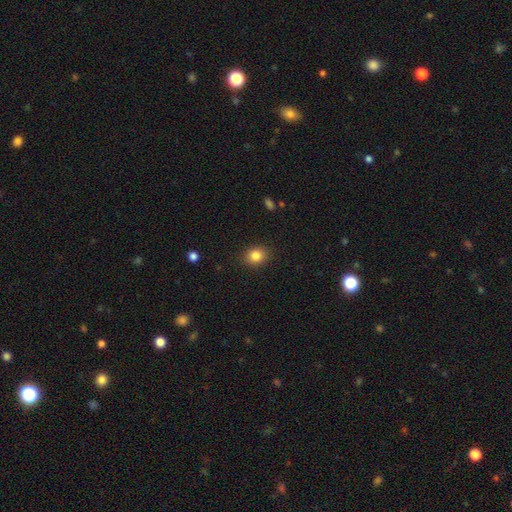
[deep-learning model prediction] Smooth or featured?
  - smooth: 84% *
  - star or artifact: 10%
  - featured or disk: 5%
How rounded?
  - round: 59% *
  - in between: 40%
  - cigar-shaped: 1%
Merging?
  - none: 88% *
  - minor disturbance: 8%
  - major disturbance: 2%
  - merger: 1%